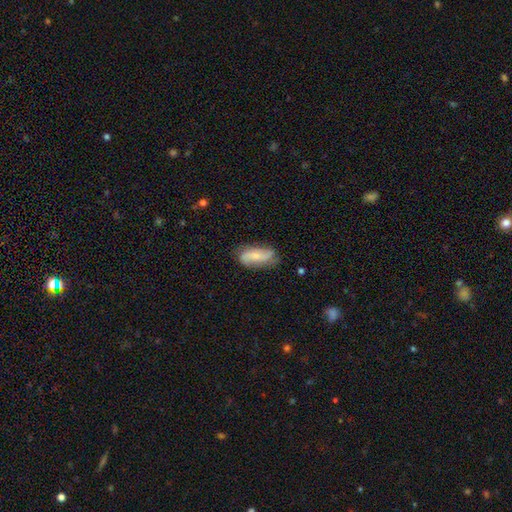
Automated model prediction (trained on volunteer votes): Q: Smooth or featured?
A: featured or disk (47%); runner-up: smooth (46%)
Q: Merging?
A: none (69%); runner-up: minor disturbance (23%)